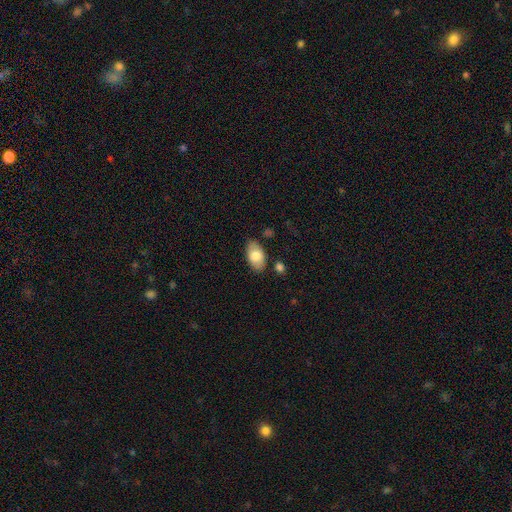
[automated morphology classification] type=smooth (78%); roundness=in between (93%); merging=none (81%).